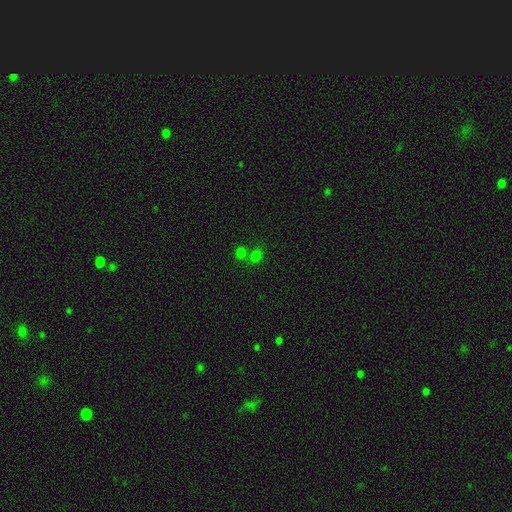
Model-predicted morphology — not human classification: smooth 62%, star or artifact 31%, featured or disk 7%. Down the decision tree: how rounded — round (66%); merging — none (50%).